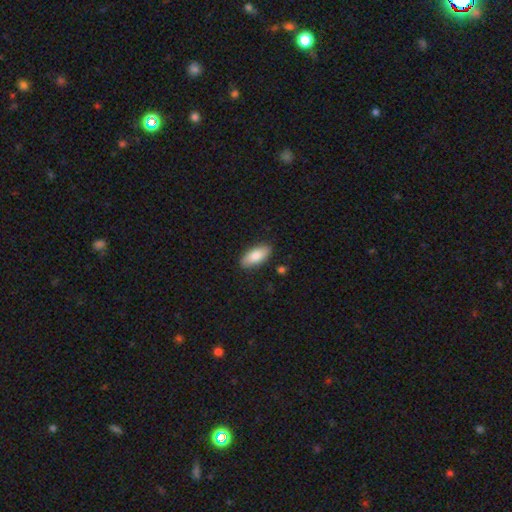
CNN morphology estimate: Smooth or featured?
  - smooth: 81% *
  - featured or disk: 13%
  - star or artifact: 6%
How rounded?
  - in between: 85% *
  - cigar-shaped: 13%
  - round: 2%
Merging?
  - none: 87% *
  - minor disturbance: 9%
  - major disturbance: 2%
  - merger: 1%